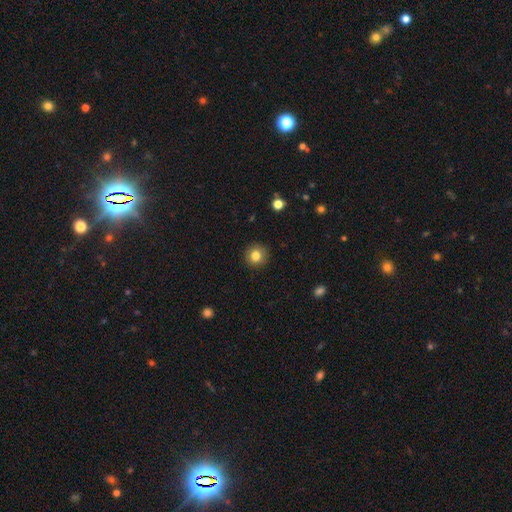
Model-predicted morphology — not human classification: The model was most divided on "smooth or featured": smooth: 83%, star or artifact: 10%, featured or disk: 7%. More confident: how rounded — round (93%); merging — none (91%).